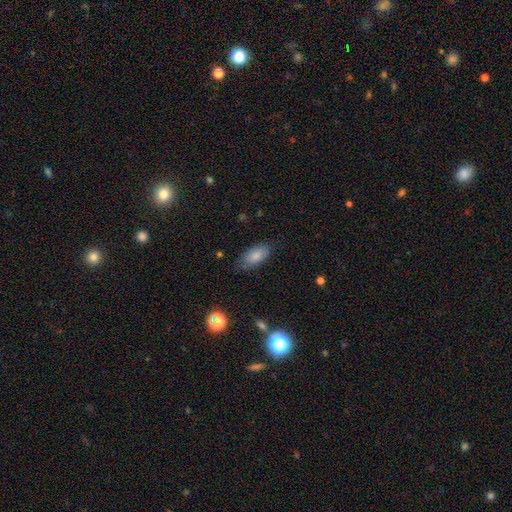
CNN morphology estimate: Smooth or featured? smooth (83%)
How rounded? in between (91%)
Merging? none (75%)